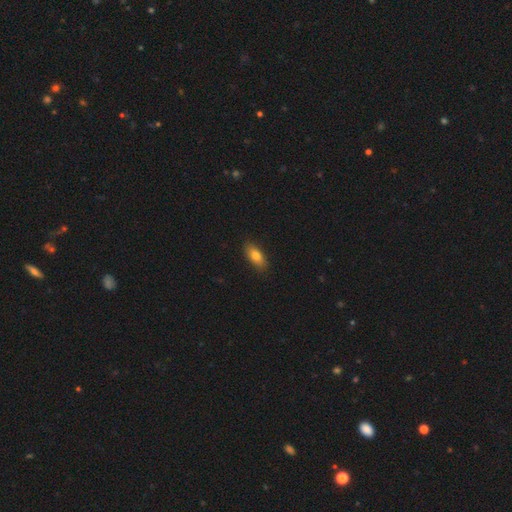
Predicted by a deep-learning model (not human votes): A smooth galaxy with no disk features (79%) that is in between round and cigar-shaped (83%).

Vote fractions:
- Smooth or featured? smooth: 79% / featured or disk: 14% / star or artifact: 7%
- How rounded? in between: 83% / cigar-shaped: 13% / round: 4%
- Merging? none: 86% / minor disturbance: 11% / major disturbance: 2% / merger: 1%